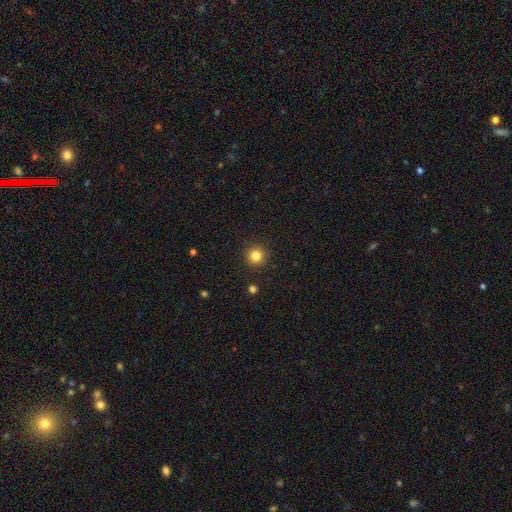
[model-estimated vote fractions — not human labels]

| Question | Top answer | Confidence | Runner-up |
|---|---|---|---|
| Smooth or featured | smooth | 83% | star or artifact (12%) |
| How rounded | round | 95% | in between (4%) |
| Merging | none | 92% | minor disturbance (5%) |